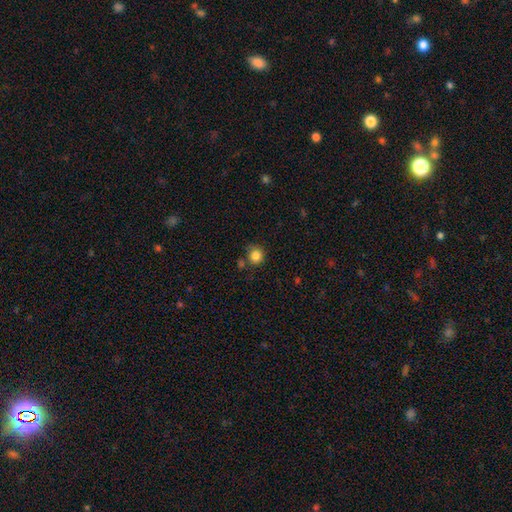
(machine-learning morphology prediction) Smooth or featured? Predicted: smooth (p=0.84). How rounded? Predicted: round (p=0.88). Merging? Predicted: none (p=0.73).